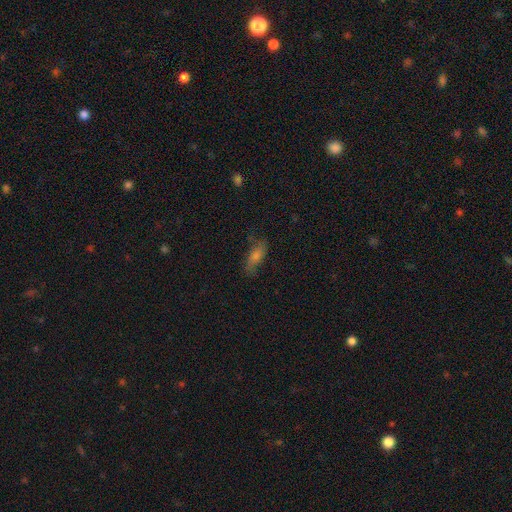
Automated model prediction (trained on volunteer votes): smooth 51%, featured or disk 34%, star or artifact 15%. Down the decision tree: how rounded — in between (55%); merging — none (73%).